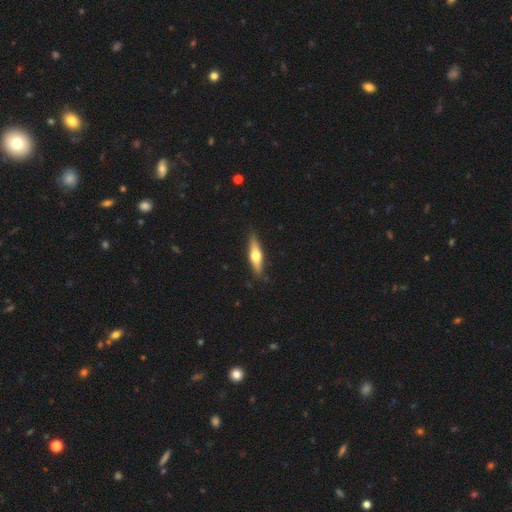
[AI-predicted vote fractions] The model was most divided on "smooth or featured": featured or disk: 50%, smooth: 45%, star or artifact: 5%. More confident: merging — none (87%).